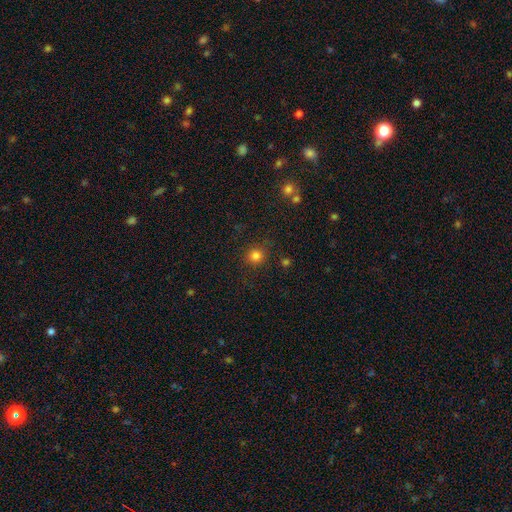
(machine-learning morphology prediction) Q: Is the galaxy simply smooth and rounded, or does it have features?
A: smooth — 82%.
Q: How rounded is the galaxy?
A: round — 92%.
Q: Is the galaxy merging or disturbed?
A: none — 86%.